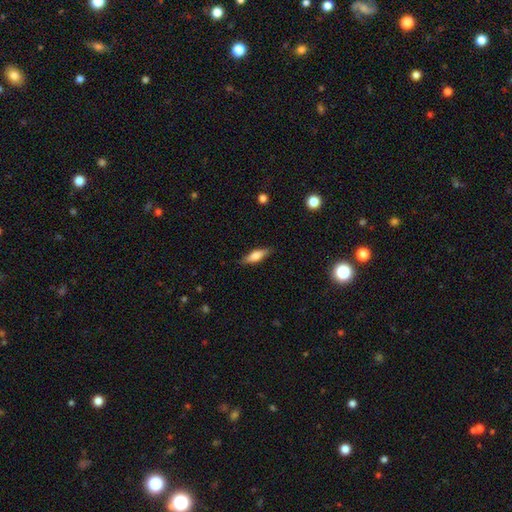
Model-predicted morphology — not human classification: Smooth or featured? smooth (56%)
How rounded? cigar-shaped (53%)
Merging? none (86%)